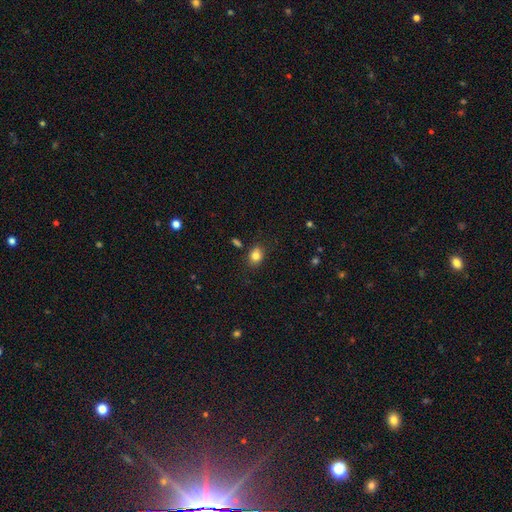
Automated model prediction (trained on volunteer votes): Smooth or featured? Predicted: smooth (p=0.81). How rounded? Predicted: in between (p=0.50). Merging? Predicted: none (p=0.79).